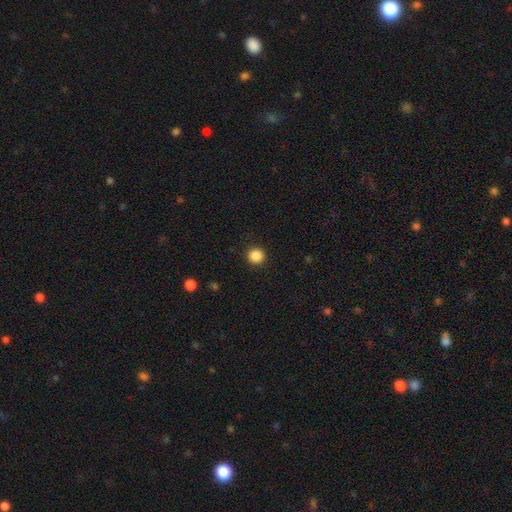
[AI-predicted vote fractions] Smooth or featured? smooth (87%)
How rounded? round (94%)
Merging? none (92%)